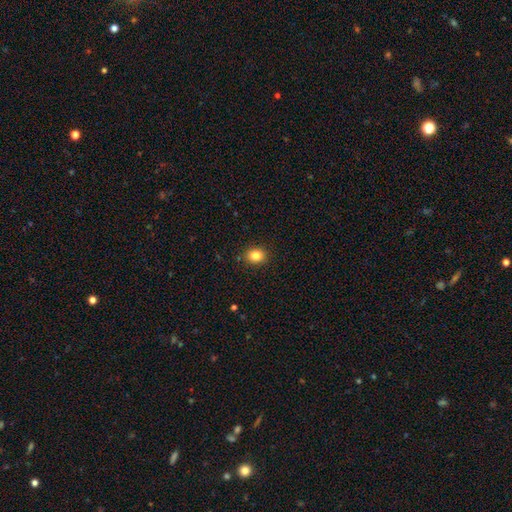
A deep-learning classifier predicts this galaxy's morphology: Overall: smooth (84%). How rounded: round (61%; in between 38%). Merging: none (90%).